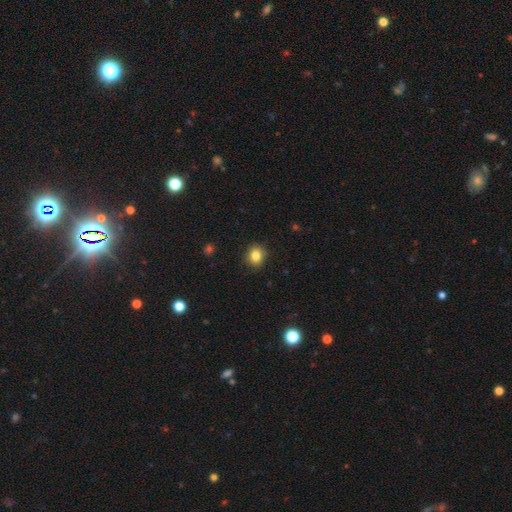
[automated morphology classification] Smooth or featured? Predicted: smooth (p=0.84). How rounded? Predicted: round (p=0.75). Merging? Predicted: none (p=0.88).